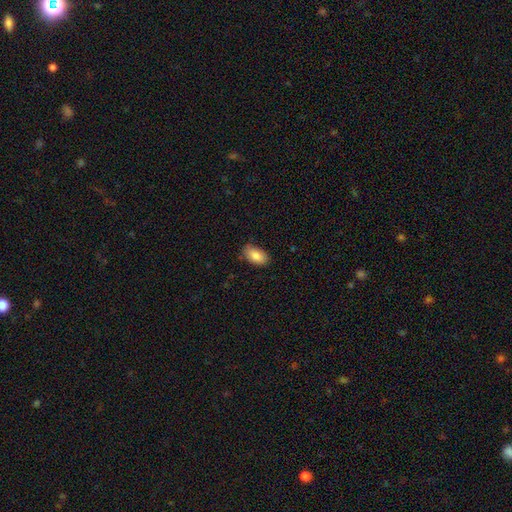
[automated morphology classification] A smooth galaxy with no disk features (86%) that is in between round and cigar-shaped (93%).

Vote fractions:
- Smooth or featured? smooth: 86% / featured or disk: 7% / star or artifact: 7%
- How rounded? in between: 93% / round: 4% / cigar-shaped: 2%
- Merging? none: 79% / minor disturbance: 17% / major disturbance: 3% / merger: 1%